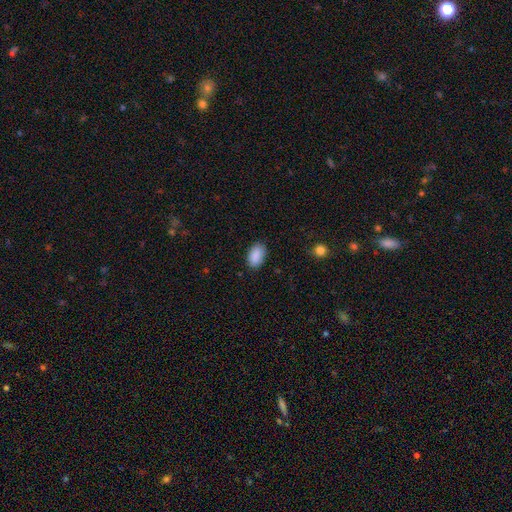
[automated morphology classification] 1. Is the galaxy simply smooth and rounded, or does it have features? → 90% smooth, 7% star or artifact, 3% featured or disk.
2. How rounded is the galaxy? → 93% in between, 5% round, 2% cigar-shaped.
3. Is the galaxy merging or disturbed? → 85% none, 11% minor disturbance, 3% major disturbance, 1% merger.